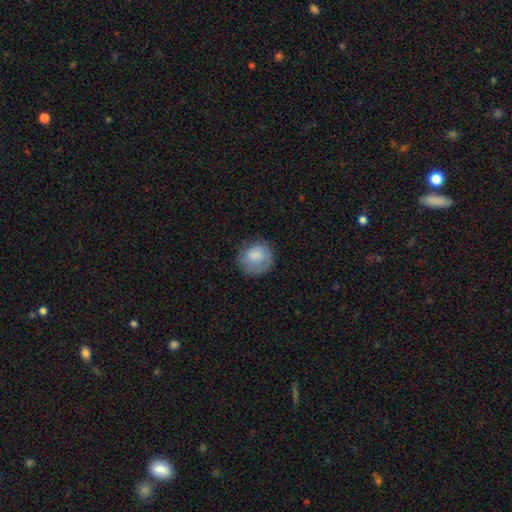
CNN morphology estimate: smooth-or-featured: smooth: 81% | featured or disk: 11% | star or artifact: 7%
  how-rounded: round: 83% | in between: 17% | cigar-shaped: 1%
  merging: none: 72% | minor disturbance: 19% | major disturbance: 8% | merger: 1%